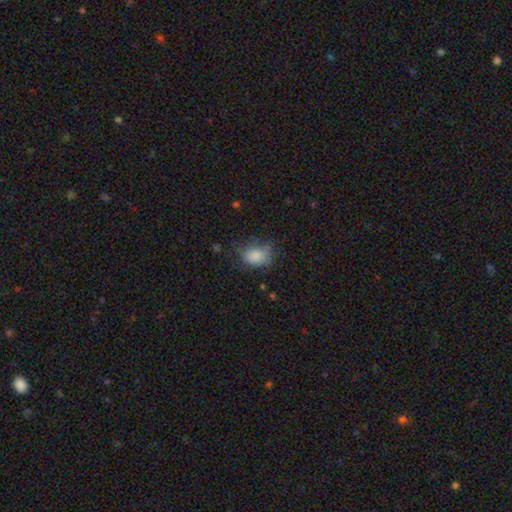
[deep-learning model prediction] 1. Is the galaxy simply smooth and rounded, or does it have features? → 82% smooth, 9% star or artifact, 9% featured or disk.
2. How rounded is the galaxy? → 68% in between, 31% round, 1% cigar-shaped.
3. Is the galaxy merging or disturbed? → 53% none, 30% minor disturbance, 15% major disturbance, 2% merger.